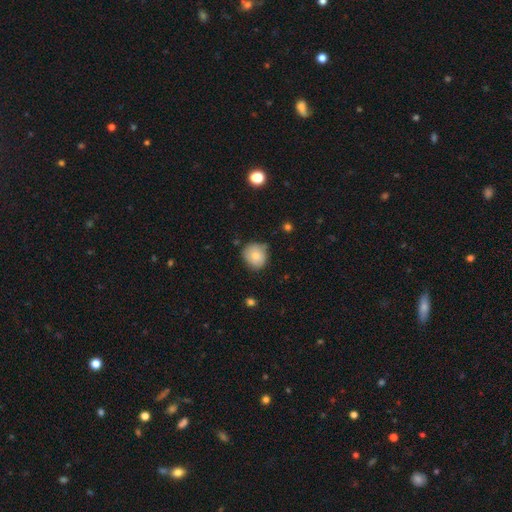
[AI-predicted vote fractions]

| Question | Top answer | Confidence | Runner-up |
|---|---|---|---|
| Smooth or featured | smooth | 76% | featured or disk (14%) |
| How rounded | round | 83% | in between (16%) |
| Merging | none | 71% | minor disturbance (22%) |